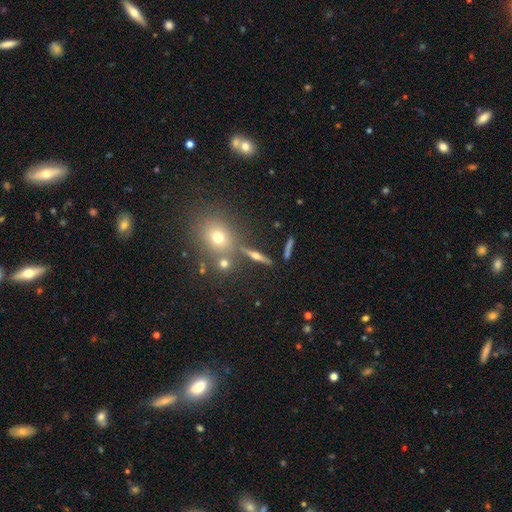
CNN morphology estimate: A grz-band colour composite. It shows a featured or disk galaxy (55%) viewed edge-on (89%). Merging: none (81%).